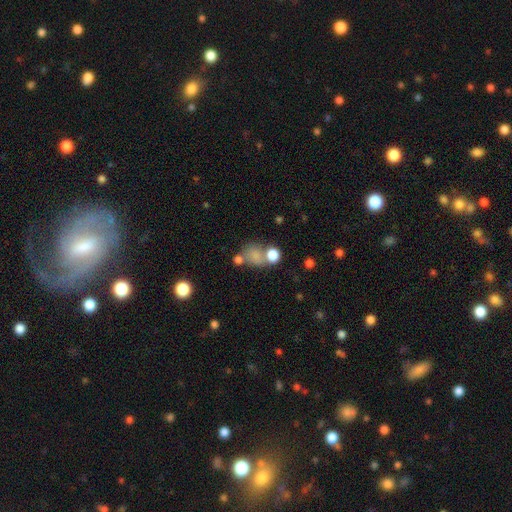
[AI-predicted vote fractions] Q: Smooth or featured?
A: smooth (74%); runner-up: star or artifact (14%)
Q: How rounded?
A: round (53%); runner-up: in between (45%)
Q: Merging?
A: none (38%); runner-up: merger (35%)